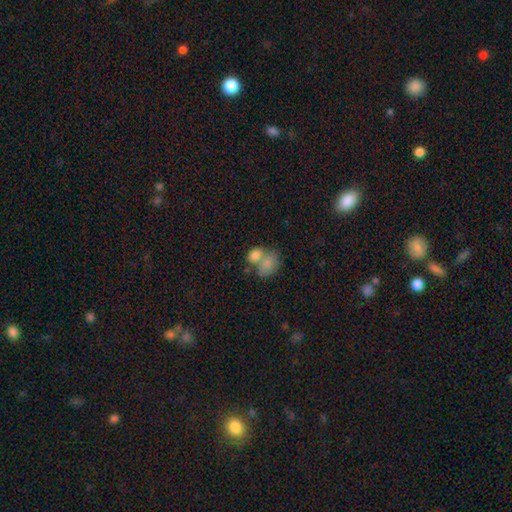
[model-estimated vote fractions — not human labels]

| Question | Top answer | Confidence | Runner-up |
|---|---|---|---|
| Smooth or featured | smooth | 80% | featured or disk (11%) |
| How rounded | in between | 70% | round (29%) |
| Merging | merger | 61% | none (25%) |